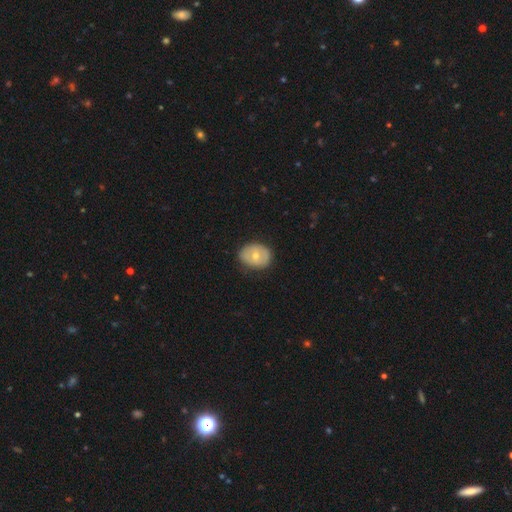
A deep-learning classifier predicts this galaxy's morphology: This appears to be a smooth galaxy with no disk features (59%) that is in between round and cigar-shaped (59%). Merging: none (76%).